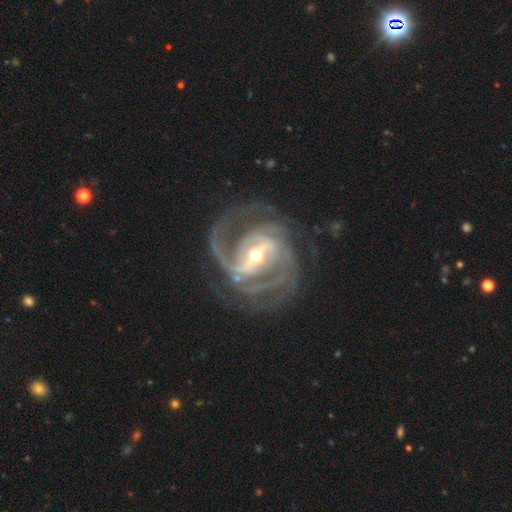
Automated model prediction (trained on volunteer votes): smooth_or_featured: featured or disk (p=0.92) [alt: star or artifact p=0.05]
disk_edge_on: no (p=0.97) [alt: yes p=0.03]
bar: strong (p=0.63) [alt: weak p=0.28]
has_spiral_arms: yes (p=0.98) [alt: no p=0.02]
spiral_winding: medium (p=0.49) [alt: tight p=0.38]
spiral_arm_count: 2 (p=0.45) [alt: 3 p=0.25]
bulge_size: small (p=0.52) [alt: moderate p=0.43]
merging: none (p=0.71) [alt: minor disturbance p=0.14]